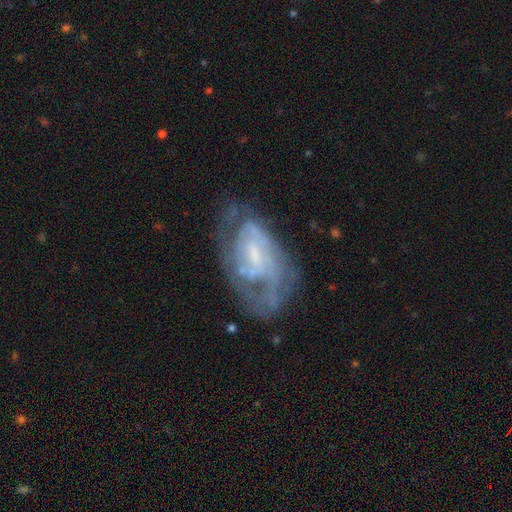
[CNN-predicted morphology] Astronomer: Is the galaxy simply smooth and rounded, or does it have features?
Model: featured or disk — 78%.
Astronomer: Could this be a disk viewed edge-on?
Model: no — 96%.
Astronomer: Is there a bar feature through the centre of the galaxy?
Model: weak — 47% (runner-up: no, 41%).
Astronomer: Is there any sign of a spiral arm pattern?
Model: yes — 81%.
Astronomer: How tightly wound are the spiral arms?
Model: tight — 43% (runner-up: medium, 41%).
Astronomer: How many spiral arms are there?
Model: can't tell — 40% (runner-up: 2, 29%).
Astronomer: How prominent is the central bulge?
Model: small — 45% (runner-up: none, 26%).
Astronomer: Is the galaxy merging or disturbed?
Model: none — 51%.